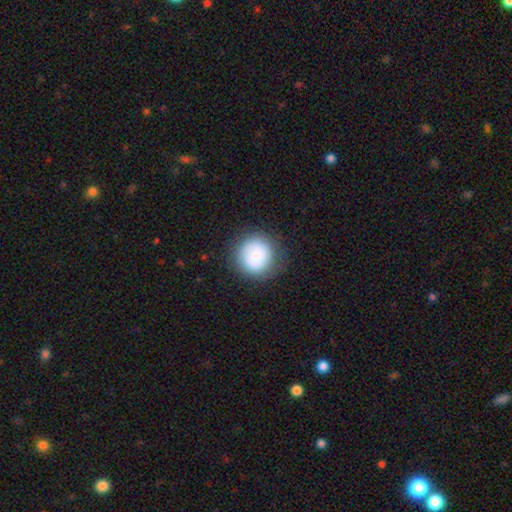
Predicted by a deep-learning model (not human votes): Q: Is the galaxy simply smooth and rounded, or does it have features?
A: smooth — 73%.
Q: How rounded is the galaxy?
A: round — 94%.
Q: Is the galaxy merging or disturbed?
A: none — 81%.